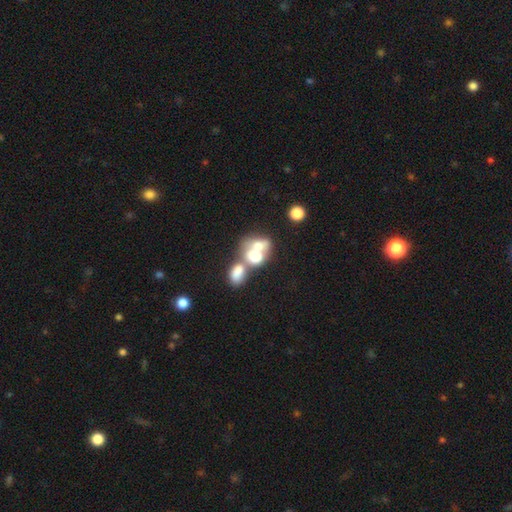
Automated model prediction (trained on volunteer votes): This is likely a smooth galaxy (62%). How rounded: likely in between (61%). Merging: likely merger (72%).